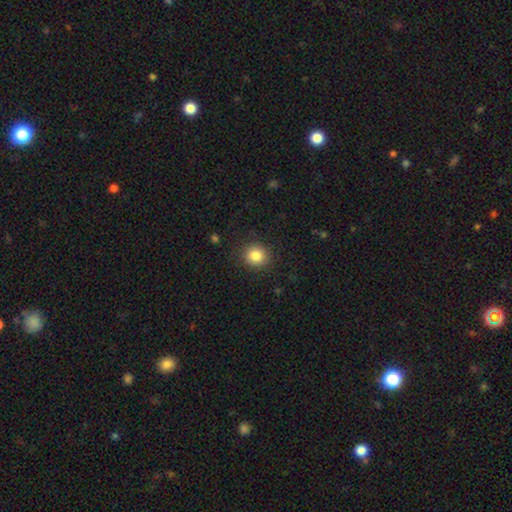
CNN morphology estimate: smooth_or_featured: smooth (p=0.84) [alt: star or artifact p=0.10]
how_rounded: round (p=0.88) [alt: in between p=0.11]
merging: none (p=0.89) [alt: minor disturbance p=0.08]